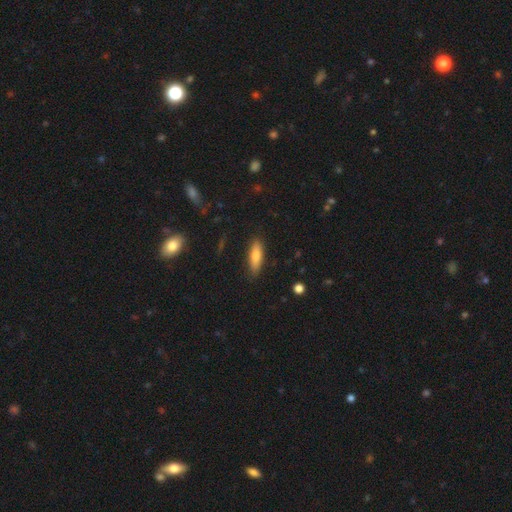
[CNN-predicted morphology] A smooth galaxy with no disk features (75%) that is cigar-shaped (56%).

Vote fractions:
- Smooth or featured? smooth: 75% / featured or disk: 18% / star or artifact: 7%
- How rounded? cigar-shaped: 56% / in between: 42% / round: 2%
- Merging? none: 85% / minor disturbance: 11% / major disturbance: 2% / merger: 1%